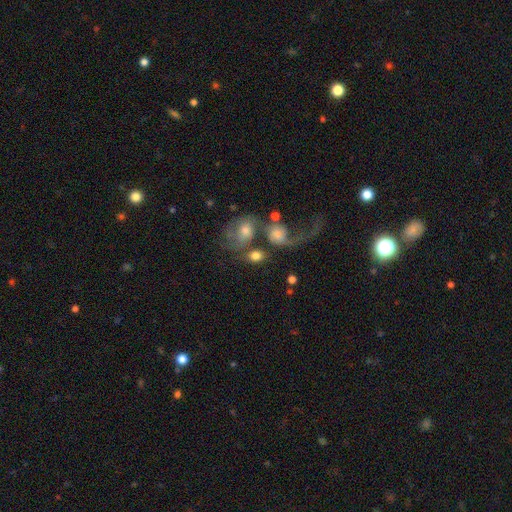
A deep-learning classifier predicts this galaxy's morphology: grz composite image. It shows a smooth galaxy with no disk features (65%) that is in between round and cigar-shaped (57%). Merging: merger (37%).